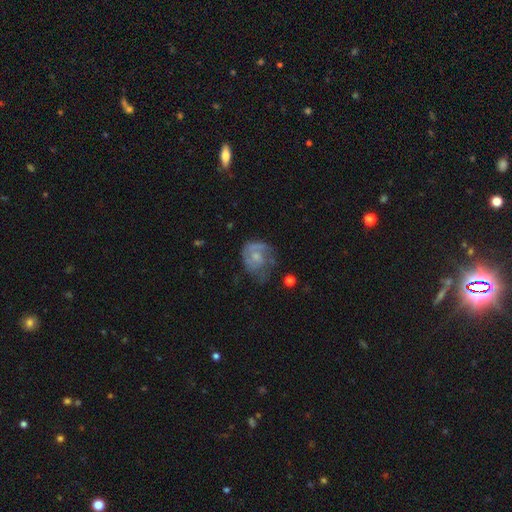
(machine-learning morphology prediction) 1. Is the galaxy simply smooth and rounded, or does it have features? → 59% featured or disk, 32% smooth, 8% star or artifact.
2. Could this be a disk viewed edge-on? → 97% no, 3% yes.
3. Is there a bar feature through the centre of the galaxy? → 74% no, 23% weak, 3% strong.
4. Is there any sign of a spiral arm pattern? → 71% yes, 29% no.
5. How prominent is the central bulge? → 49% small, 34% moderate, 12% none, 3% large, 1% dominant.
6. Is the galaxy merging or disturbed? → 41% none, 29% major disturbance, 27% minor disturbance, 3% merger.